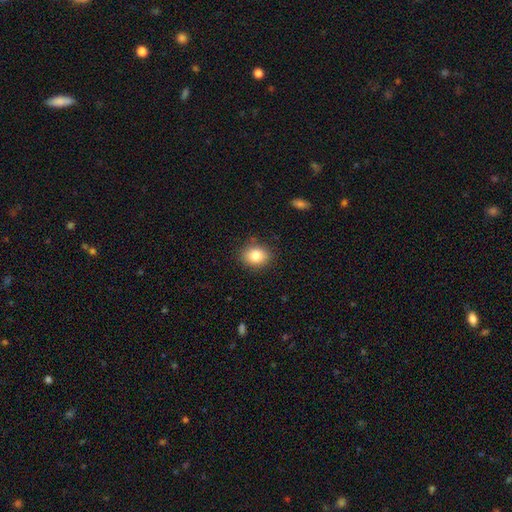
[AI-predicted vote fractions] A smooth galaxy with no disk features (81%) that is round (59%).

Vote fractions:
- Smooth or featured? smooth: 81% / star or artifact: 10% / featured or disk: 9%
- How rounded? round: 59% / in between: 40% / cigar-shaped: 1%
- Merging? none: 87% / minor disturbance: 10% / major disturbance: 3% / merger: 1%